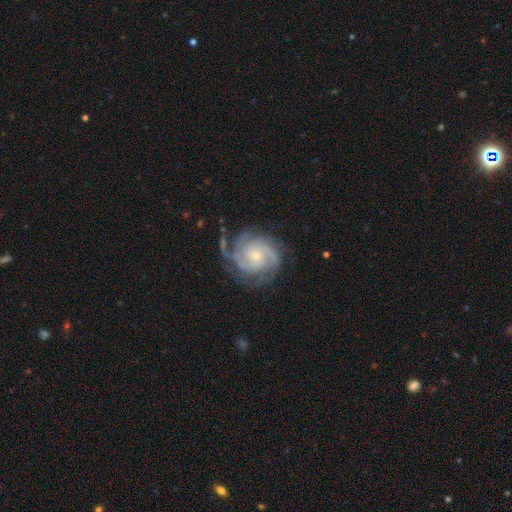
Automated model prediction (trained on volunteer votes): Smooth or featured?
  - featured or disk: 90% *
  - star or artifact: 5%
  - smooth: 5%
Edge-on disk?
  - no: 98% *
  - yes: 2%
Bar?
  - no: 72% *
  - weak: 23%
  - strong: 5%
Spiral arms?
  - yes: 98% *
  - no: 2%
Spiral winding?
  - tight: 61% *
  - medium: 33%
  - loose: 6%
Spiral arm count?
  - 3: 37% *
  - 4: 19%
  - 2: 17%
  - can't tell: 14%
  - more than 4: 6%
  - 1: 6%
Bulge size?
  - small: 70% *
  - moderate: 26%
  - none: 2%
  - large: 2%
  - dominant: 1%
Merging?
  - none: 71% *
  - minor disturbance: 18%
  - major disturbance: 9%
  - merger: 2%